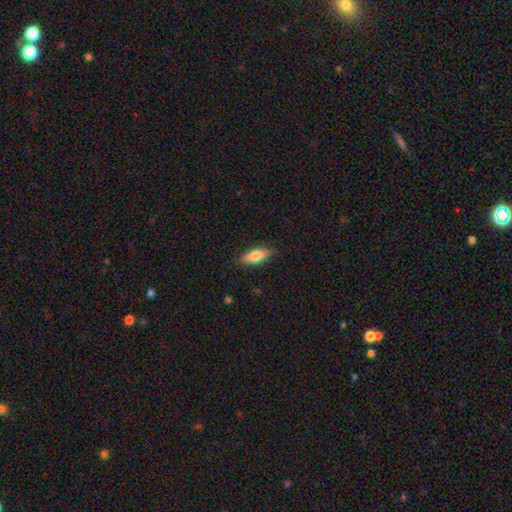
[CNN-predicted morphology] The model was most divided on "how rounded": in between: 59%, cigar-shaped: 39%, round: 2%. More confident: merging — none (86%); smooth or featured — smooth (70%).